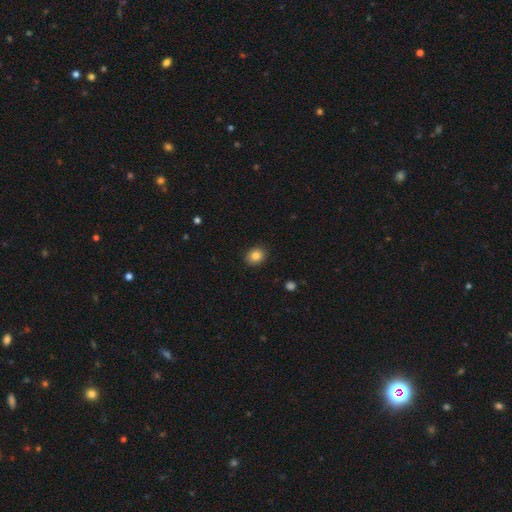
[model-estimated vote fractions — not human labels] This appears to be a smooth galaxy with no disk features (84%) that is round (58%). Merging: none (89%).